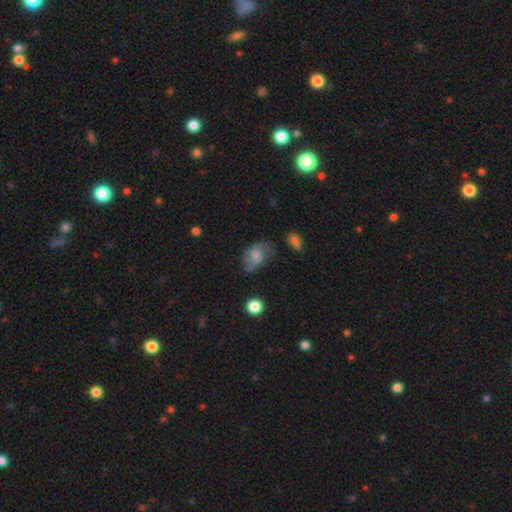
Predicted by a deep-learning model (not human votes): Smooth or featured? smooth (50%)
How rounded? in between (82%)
Merging? none (46%)